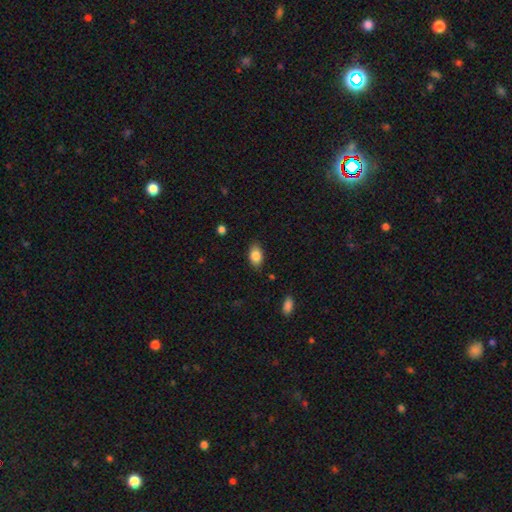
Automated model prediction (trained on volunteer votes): Morphology: type=smooth (84%); roundness=in between (89%); merging=none (85%).